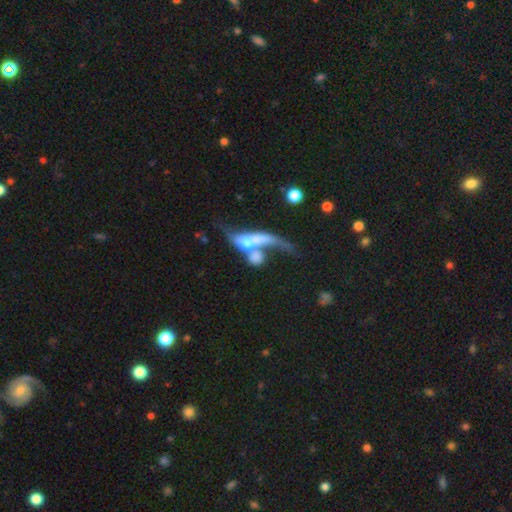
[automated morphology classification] A featured or disk galaxy (57%).

Vote fractions:
- Smooth or featured? featured or disk: 57% / smooth: 33% / star or artifact: 10%
- Edge-on disk? no: 77% / yes: 23%
- Merging? merger: 58% / major disturbance: 19% / none: 15% / minor disturbance: 8%